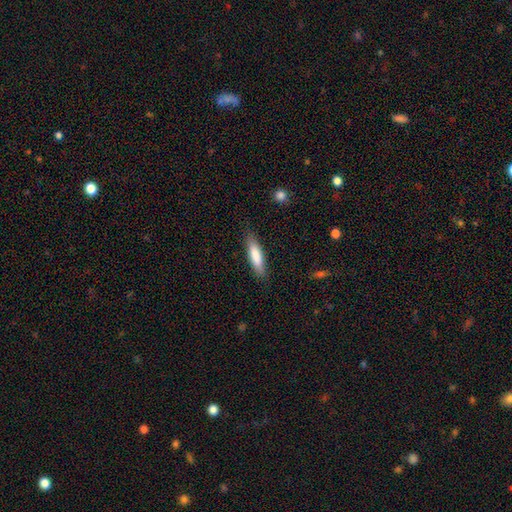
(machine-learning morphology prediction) This is clearly a smooth galaxy (80%). How rounded: likely cigar-shaped (73%). Merging: clearly none (85%).